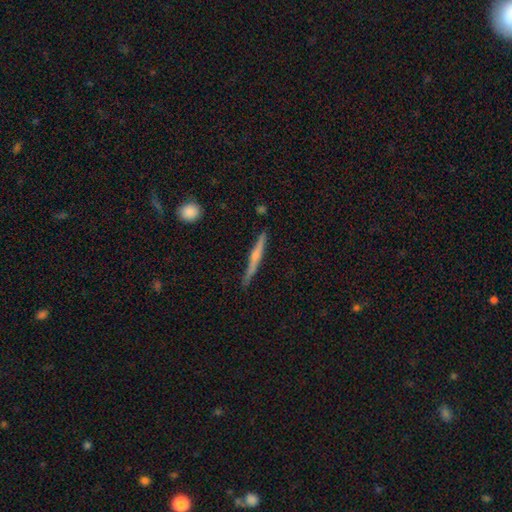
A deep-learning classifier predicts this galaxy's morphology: Smooth or featured?
  - featured or disk: 64% *
  - smooth: 30%
  - star or artifact: 6%
Edge-on disk?
  - yes: 98% *
  - no: 2%
Edge-on bulge?
  - rounded: 67% *
  - none: 25%
  - boxy: 8%
Merging?
  - none: 85% *
  - minor disturbance: 11%
  - major disturbance: 2%
  - merger: 2%